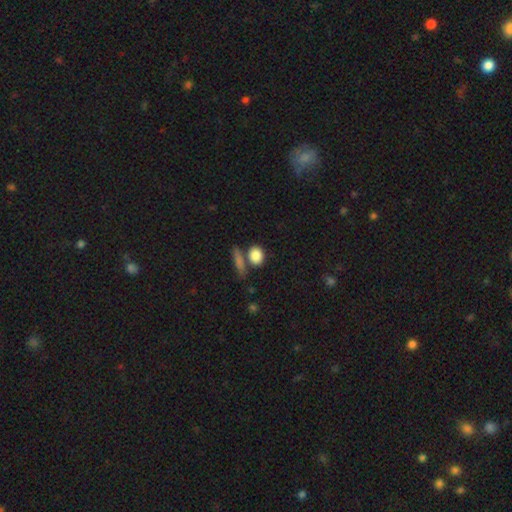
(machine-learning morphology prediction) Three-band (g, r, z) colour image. It shows a smooth galaxy with no disk features (85%) that is in between round and cigar-shaped (47%, tied with round). Merging: none (65%).